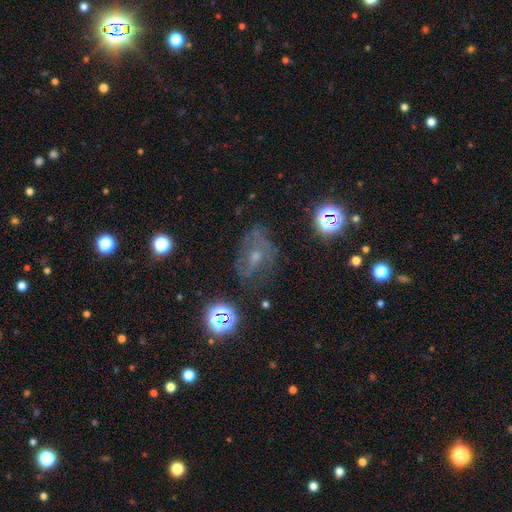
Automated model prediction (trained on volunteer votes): Smooth or featured?
  - featured or disk: 55% *
  - star or artifact: 23%
  - smooth: 21%
Edge-on disk?
  - no: 95% *
  - yes: 5%
Bar?
  - no: 57% *
  - weak: 34%
  - strong: 8%
Spiral arms?
  - yes: 71% *
  - no: 29%
Bulge size?
  - small: 53% *
  - moderate: 37%
  - none: 6%
  - large: 2%
  - dominant: 1%
Merging?
  - none: 57% *
  - minor disturbance: 22%
  - major disturbance: 17%
  - merger: 3%